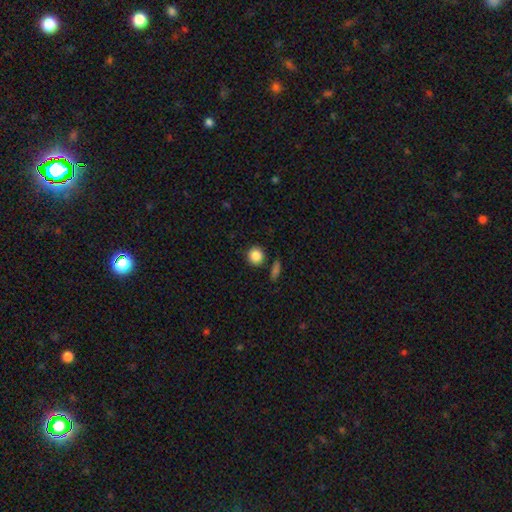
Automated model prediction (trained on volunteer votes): Smooth or featured: smooth — 87% (star or artifact — 9%)
How rounded: round — 90% (in between — 9%)
Merging: none — 84% (minor disturbance — 8%)